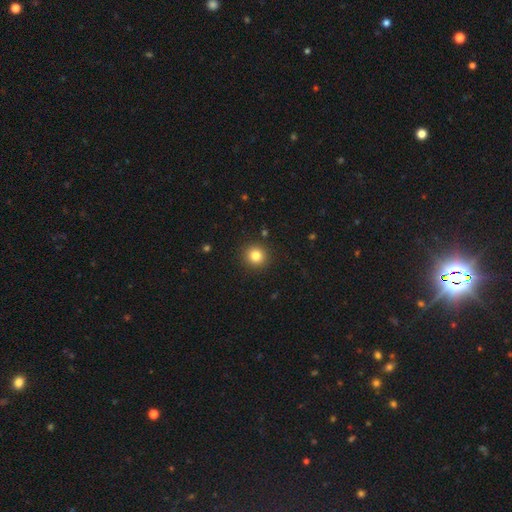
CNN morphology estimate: This is clearly a smooth galaxy (82%). How rounded: clearly round (93%). Merging: clearly none (92%).